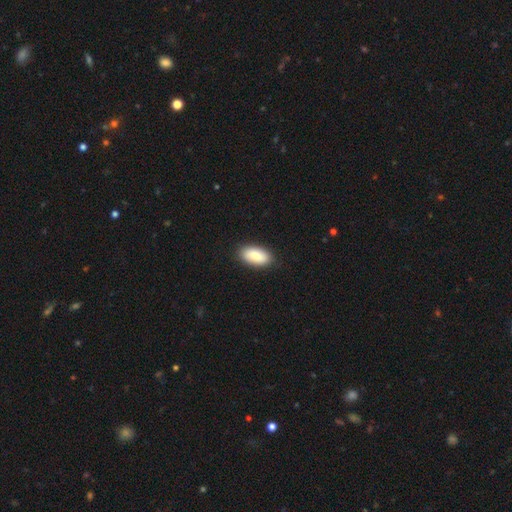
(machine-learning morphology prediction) Smooth or featured: smooth — 88% (featured or disk — 6%)
How rounded: in between — 93% (cigar-shaped — 5%)
Merging: none — 88% (minor disturbance — 9%)